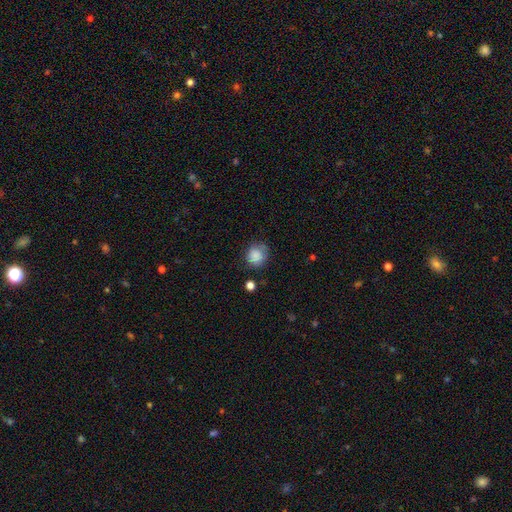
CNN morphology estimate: This appears to be a smooth galaxy with no disk features (85%) that is round (84%). Merging: none (68%).